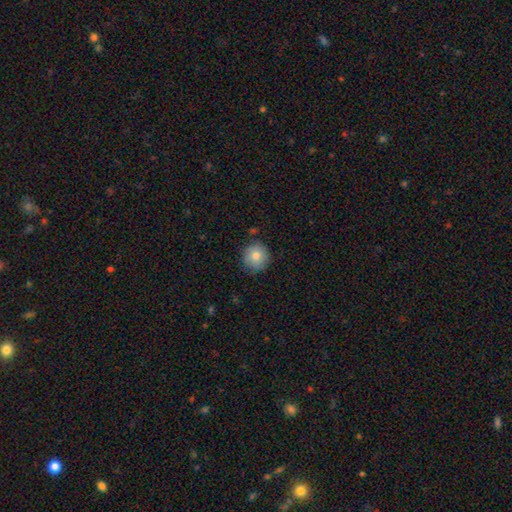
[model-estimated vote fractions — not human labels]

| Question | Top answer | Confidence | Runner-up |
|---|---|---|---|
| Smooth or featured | smooth | 82% | featured or disk (9%) |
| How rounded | round | 94% | in between (5%) |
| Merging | none | 85% | minor disturbance (11%) |